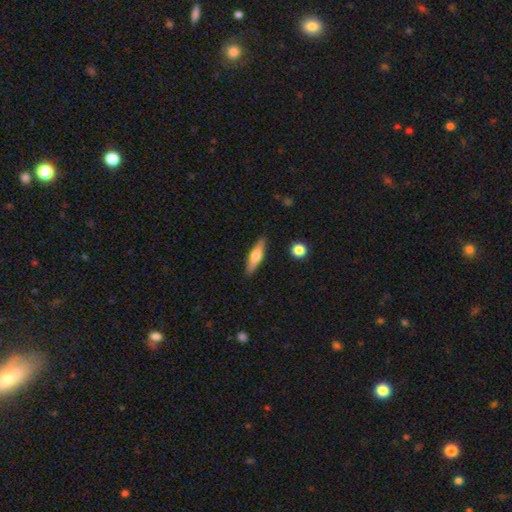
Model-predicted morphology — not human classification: Smooth or featured? Predicted: featured or disk (p=0.51). Edge-on disk? Predicted: yes (p=0.94). Merging? Predicted: none (p=0.88).